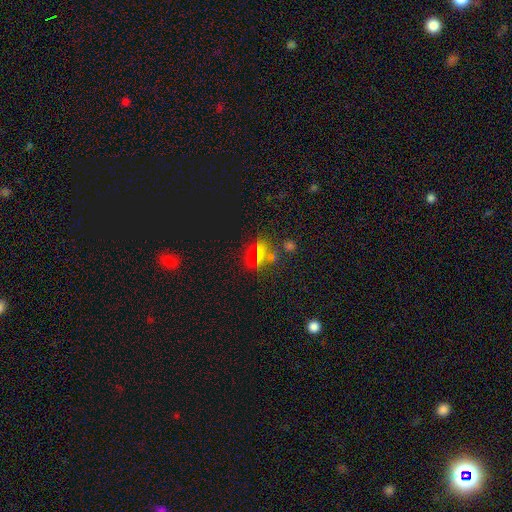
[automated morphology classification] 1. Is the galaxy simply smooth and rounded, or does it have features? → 46% smooth, 42% star or artifact, 13% featured or disk.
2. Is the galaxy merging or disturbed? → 75% none, 12% minor disturbance, 7% major disturbance, 6% merger.